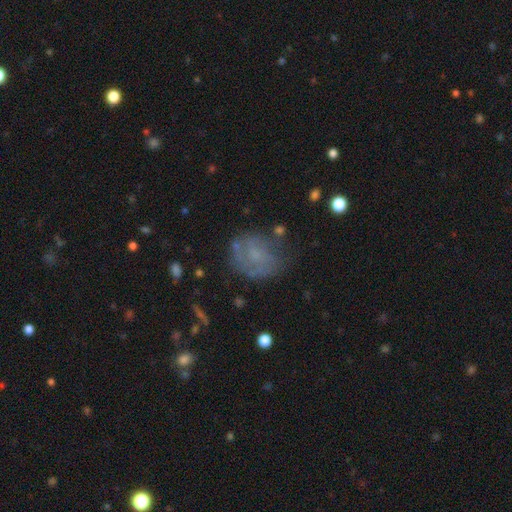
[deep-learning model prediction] The model was most divided on "smooth or featured": featured or disk: 45%, smooth: 43%, star or artifact: 12%. More confident: merging — none (54%).